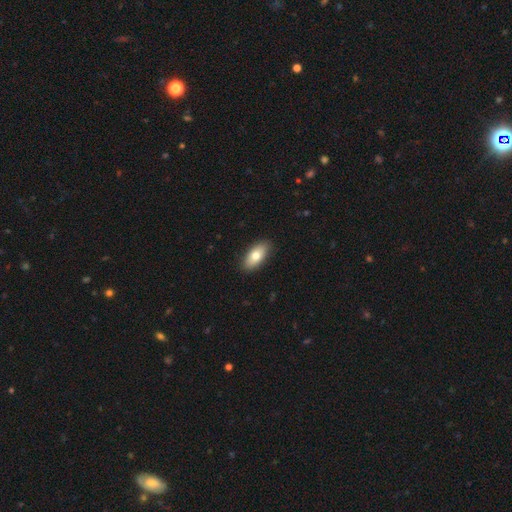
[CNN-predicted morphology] smooth_or_featured: smooth (p=0.76) [alt: featured or disk p=0.18]
how_rounded: in between (p=0.88) [alt: cigar-shaped p=0.09]
merging: none (p=0.89) [alt: minor disturbance p=0.08]